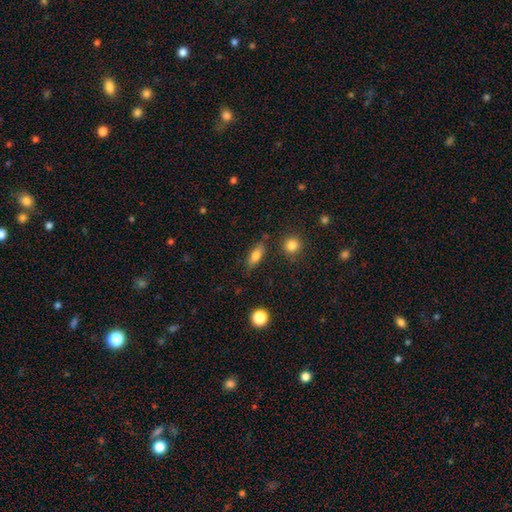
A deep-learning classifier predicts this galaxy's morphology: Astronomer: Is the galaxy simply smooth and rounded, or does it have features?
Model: smooth — 77%.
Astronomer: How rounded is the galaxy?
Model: in between — 77%.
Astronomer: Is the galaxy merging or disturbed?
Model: none — 76%.